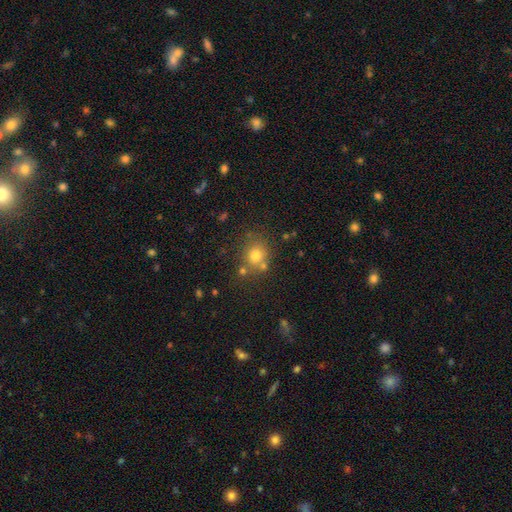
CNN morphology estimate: smooth_or_featured: smooth (p=0.73) [alt: star or artifact p=0.16]
how_rounded: round (p=0.80) [alt: in between p=0.19]
merging: none (p=0.66) [alt: merger p=0.17]